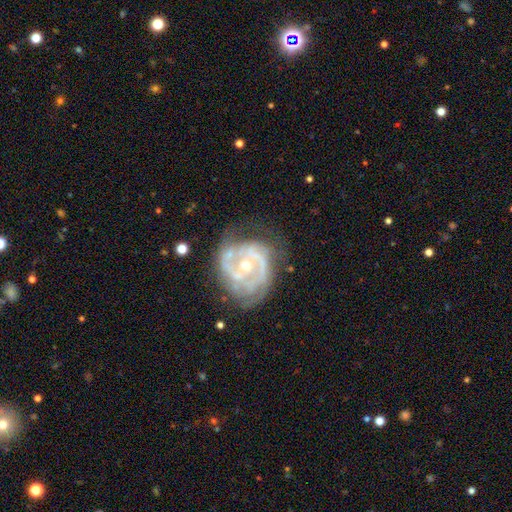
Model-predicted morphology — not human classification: Overall: featured or disk (86%). Edge-on disk: no (98%). Bar: no (66%). Spiral arms: yes (90%). Spiral arm count: 2 (43%; can't tell 24%). Spiral winding: tight (50%; medium 38%). Bulge size: moderate (58%; small 37%). Merging: none (56%; minor disturbance 25%).